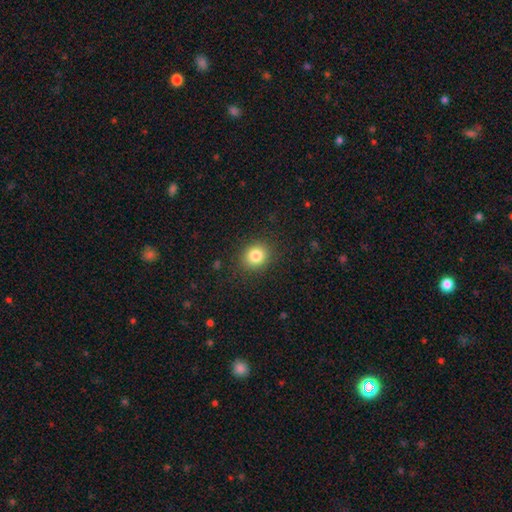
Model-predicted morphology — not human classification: This is clearly a smooth galaxy (83%). How rounded: likely round (75%). Merging: clearly none (88%).